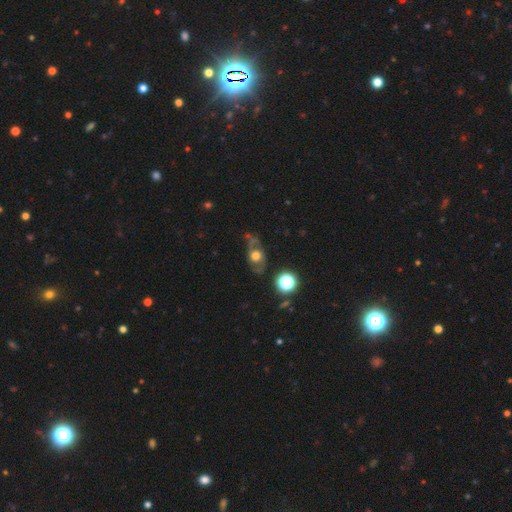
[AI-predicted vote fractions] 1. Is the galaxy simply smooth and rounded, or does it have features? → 46% featured or disk, 40% smooth, 14% star or artifact.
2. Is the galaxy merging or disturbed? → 56% none, 23% minor disturbance, 14% major disturbance, 7% merger.